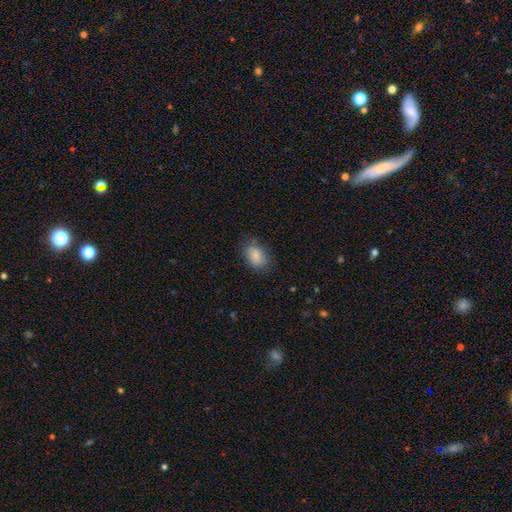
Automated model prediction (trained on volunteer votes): Smooth or featured?
  - smooth: 86% *
  - star or artifact: 8%
  - featured or disk: 6%
How rounded?
  - in between: 83% *
  - round: 16%
  - cigar-shaped: 1%
Merging?
  - none: 78% *
  - minor disturbance: 16%
  - major disturbance: 5%
  - merger: 1%